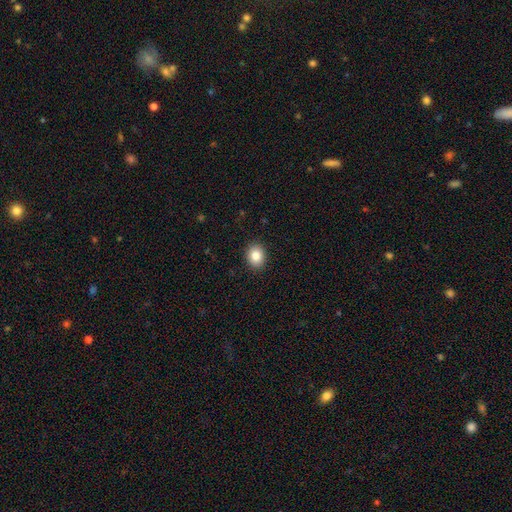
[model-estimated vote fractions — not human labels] smooth-or-featured: smooth: 84% | star or artifact: 9% | featured or disk: 6%
  how-rounded: round: 54% | in between: 45% | cigar-shaped: 1%
  merging: none: 91% | minor disturbance: 7% | major disturbance: 2% | merger: 1%